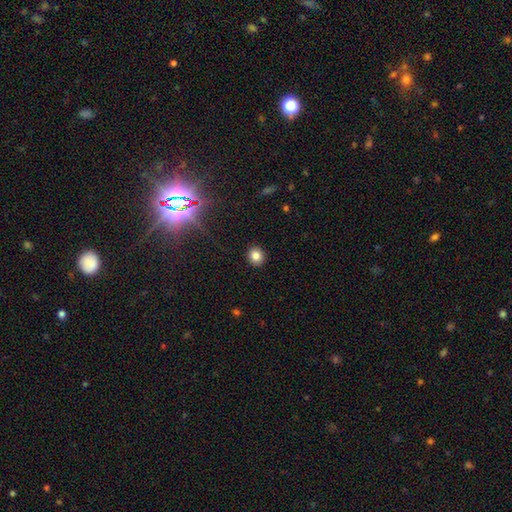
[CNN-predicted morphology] A smooth galaxy with no disk features (80%) that is round (84%). Merging: none (91%).